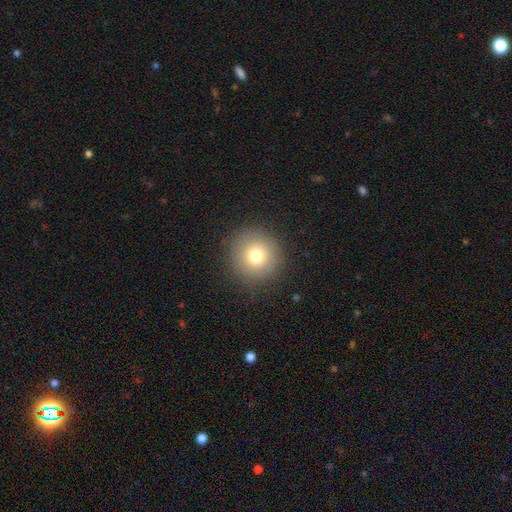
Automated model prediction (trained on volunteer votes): This is likely a smooth galaxy (75%). How rounded: clearly round (95%). Merging: clearly none (89%).